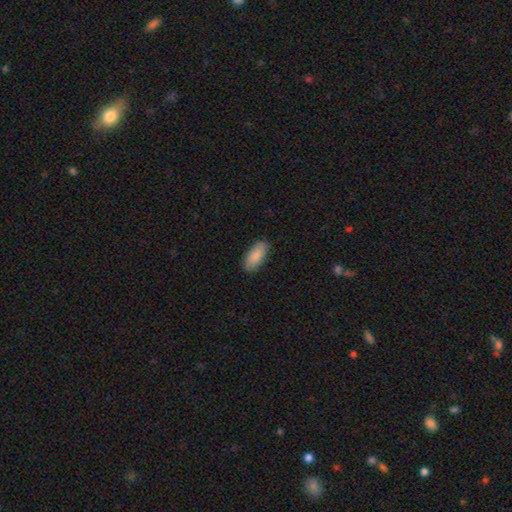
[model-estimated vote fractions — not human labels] Q: Smooth or featured?
A: smooth (87%); runner-up: featured or disk (8%)
Q: How rounded?
A: in between (86%); runner-up: cigar-shaped (12%)
Q: Merging?
A: none (87%); runner-up: minor disturbance (10%)